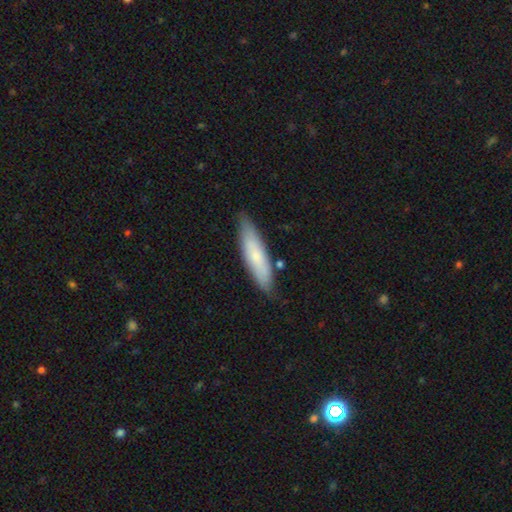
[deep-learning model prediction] Overall: smooth (67%; featured or disk 27%). How rounded: cigar-shaped (69%; in between 29%). Merging: none (81%).